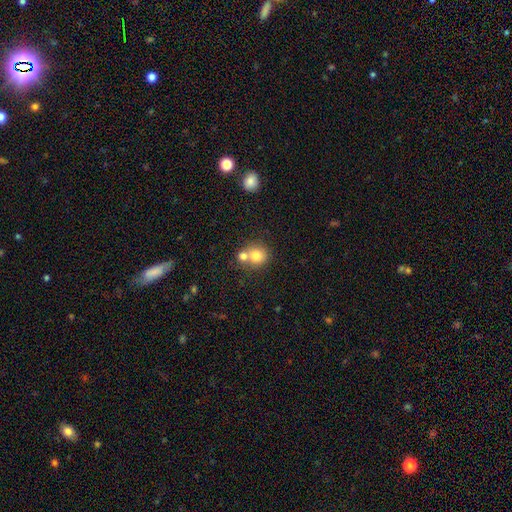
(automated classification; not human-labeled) Smooth or featured? smooth (78%)
How rounded? round (81%)
Merging? merger (47%)